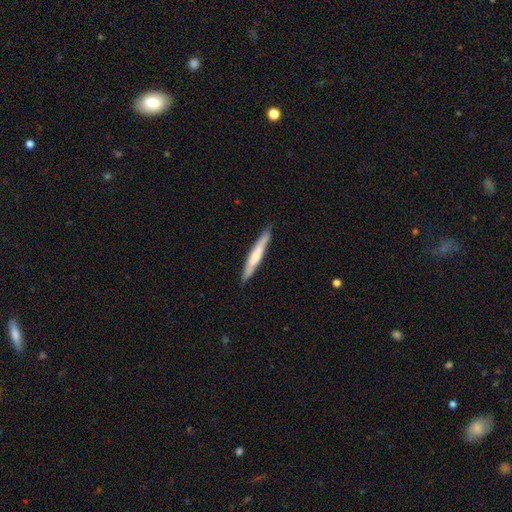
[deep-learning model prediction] Smooth or featured: smooth — 53% (featured or disk — 42%)
How rounded: cigar-shaped — 94% (in between — 4%)
Merging: none — 87% (minor disturbance — 10%)